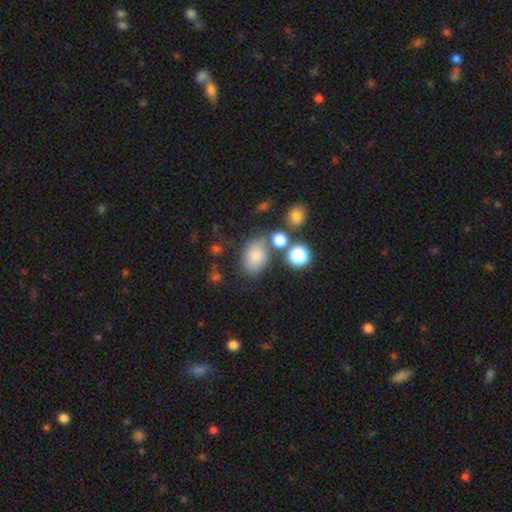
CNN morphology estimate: The model was most divided on "merging": none: 63%, minor disturbance: 16%, merger: 14%, major disturbance: 6%. More confident: smooth or featured — smooth (79%); how rounded — in between (75%).